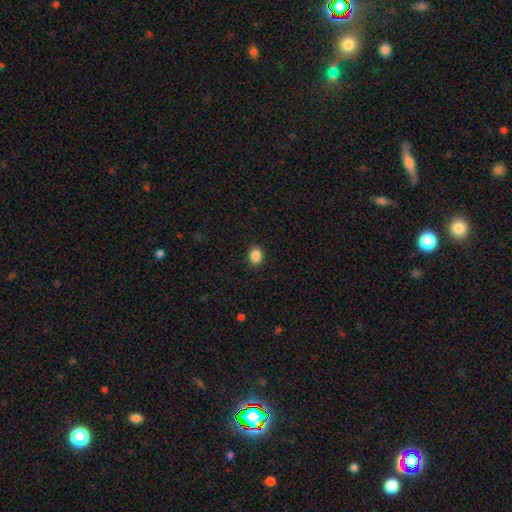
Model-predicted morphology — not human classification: smooth 88%, star or artifact 9%, featured or disk 3%. Down the decision tree: how rounded — in between (55%); merging — none (90%).